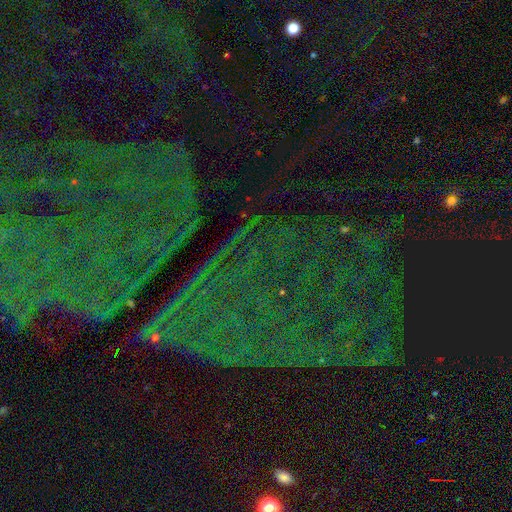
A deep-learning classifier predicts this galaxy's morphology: Q: Smooth or featured?
A: star or artifact (83%); runner-up: featured or disk (9%)